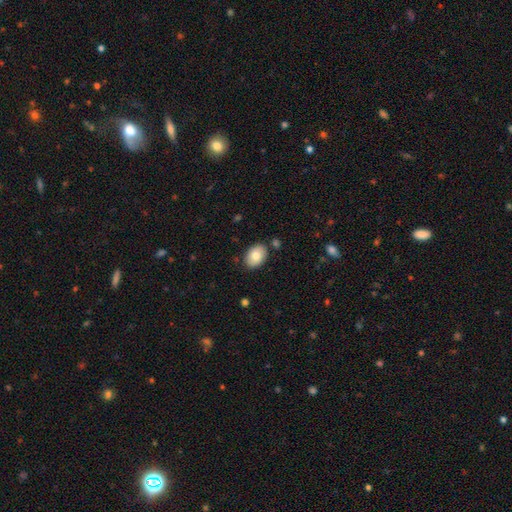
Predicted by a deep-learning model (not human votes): This appears to be a smooth galaxy with no disk features (81%) that is in between round and cigar-shaped (84%). Merging: none (84%).